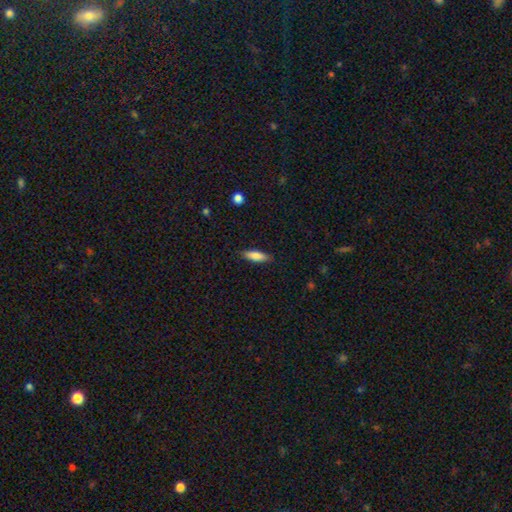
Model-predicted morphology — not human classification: A smooth galaxy with no disk features (83%) that is cigar-shaped (50%). Merging: none (87%).